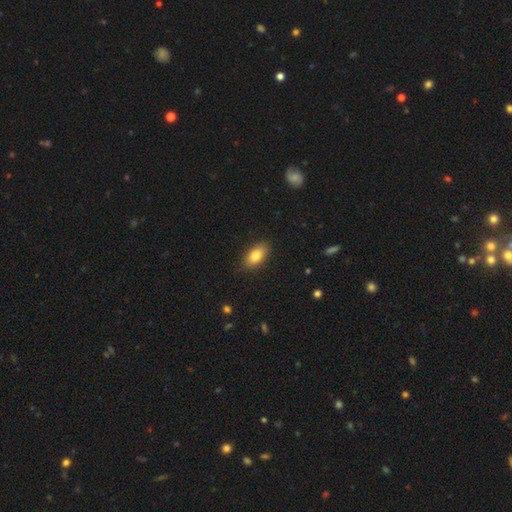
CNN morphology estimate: Smooth or featured? Predicted: smooth (p=0.82). How rounded? Predicted: in between (p=0.89). Merging? Predicted: none (p=0.85).